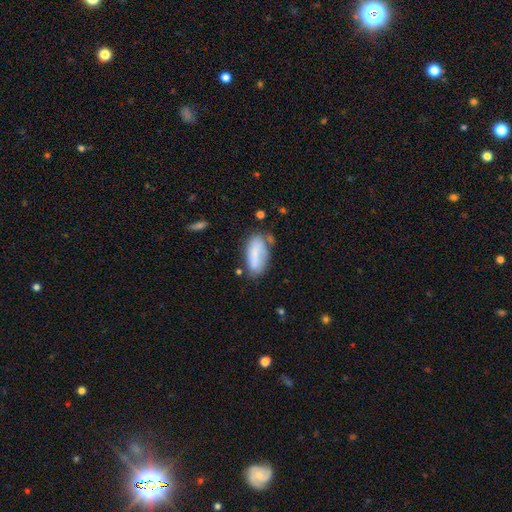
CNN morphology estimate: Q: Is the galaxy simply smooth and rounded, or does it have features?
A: smooth — 76%.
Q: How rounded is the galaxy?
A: in between — 87%.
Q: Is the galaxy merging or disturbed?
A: none — 55%.